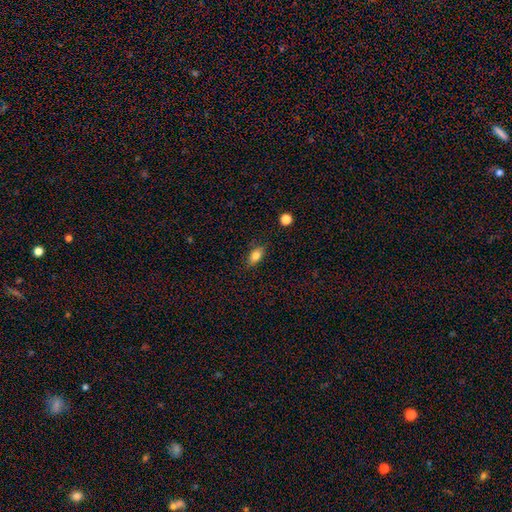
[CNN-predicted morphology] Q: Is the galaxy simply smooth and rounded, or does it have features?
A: smooth — 80%.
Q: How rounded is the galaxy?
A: in between — 85%.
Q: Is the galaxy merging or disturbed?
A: none — 82%.